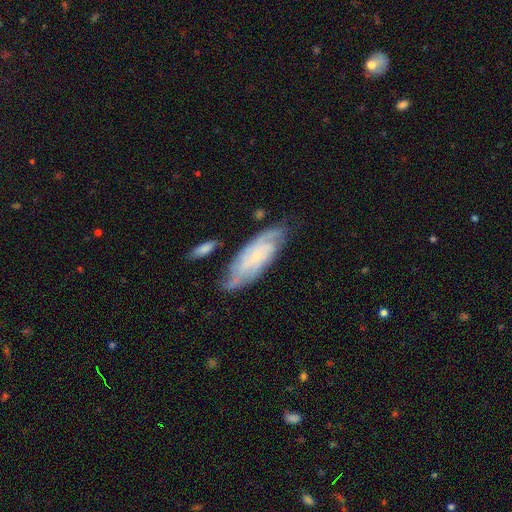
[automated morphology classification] A featured or disk galaxy (75%) with no bar (66%), 2 (35%) tight (59%) spiral arms (94%) and a small central bulge (77%). Merging: none (68%).